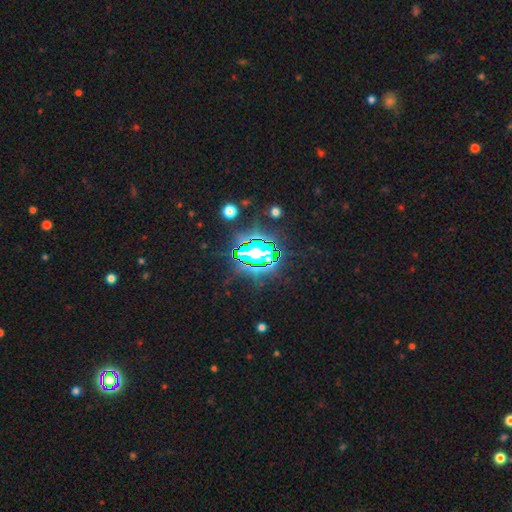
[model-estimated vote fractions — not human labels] A star or artifact, not a galaxy (82%).